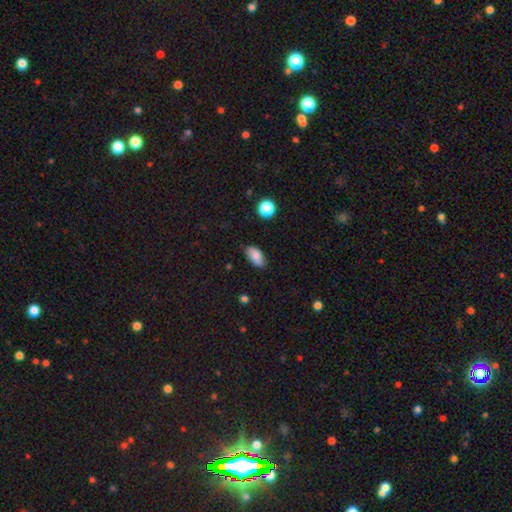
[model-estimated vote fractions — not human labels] Smooth or featured?
  - smooth: 83% *
  - featured or disk: 9%
  - star or artifact: 8%
How rounded?
  - in between: 92% *
  - cigar-shaped: 4%
  - round: 4%
Merging?
  - none: 80% *
  - minor disturbance: 16%
  - major disturbance: 3%
  - merger: 1%